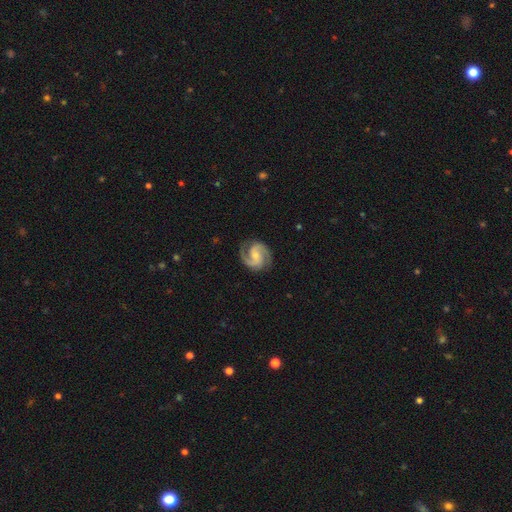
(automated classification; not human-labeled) A featured or disk galaxy (92%) with a weak bar (43%), 2 (94%) medium (60%) spiral arms (98%) and a small central bulge (54%).

Vote fractions:
- Smooth or featured? featured or disk: 92% / smooth: 4% / star or artifact: 4%
- Edge-on disk? no: 98% / yes: 2%
- Bar? weak: 43% / no: 42% / strong: 15%
- Spiral arms? yes: 98% / no: 2%
- Spiral winding? medium: 60% / tight: 30% / loose: 11%
- Spiral arm count? 2: 94% / 3: 2% / can't tell: 1% / 1: 1% / 4: 1% / more than 4: 1%
- Bulge size? small: 54% / moderate: 36% / none: 7% / large: 2% / dominant: 1%
- Merging? none: 85% / minor disturbance: 11% / major disturbance: 3% / merger: 1%